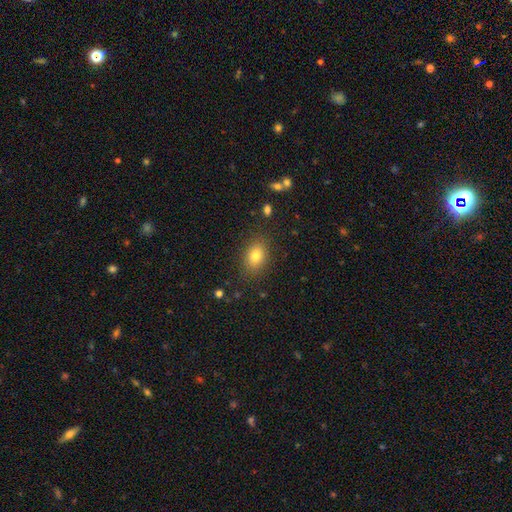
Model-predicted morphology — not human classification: type=smooth (80%); roundness=in between (75%); merging=none (85%).